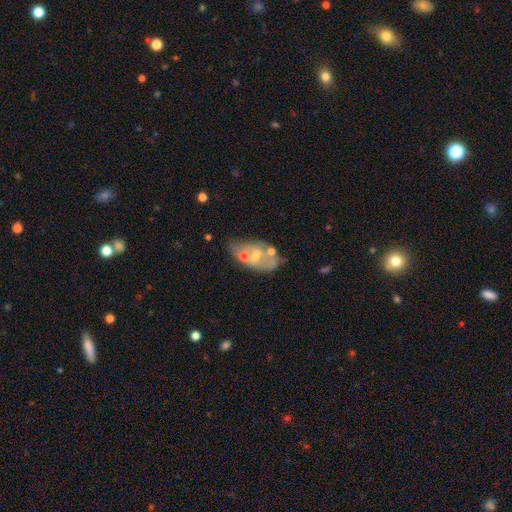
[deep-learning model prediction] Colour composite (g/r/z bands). It shows a featured or disk galaxy (56%) with no bar (73%), no spiral arms (78%) and a small central bulge (47%). Merging: none (41%).